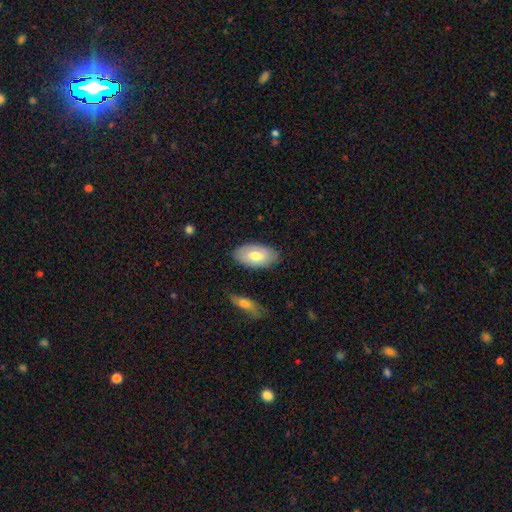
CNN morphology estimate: smooth_or_featured: smooth (p=0.69) [alt: featured or disk p=0.25]
how_rounded: in between (p=0.95) [alt: round p=0.03]
merging: none (p=0.83) [alt: minor disturbance p=0.12]